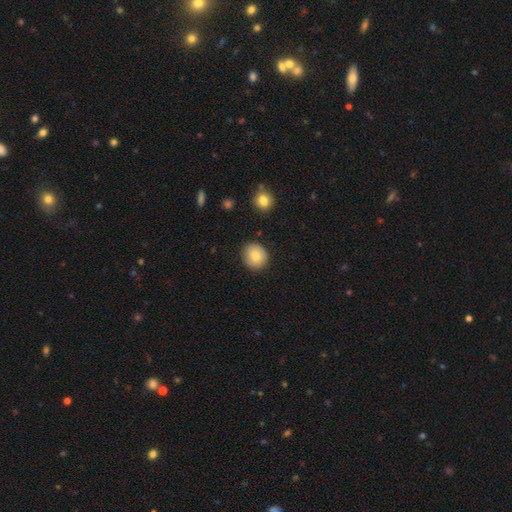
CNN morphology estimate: Overall: smooth (84%). How rounded: round (87%). Merging: none (88%).